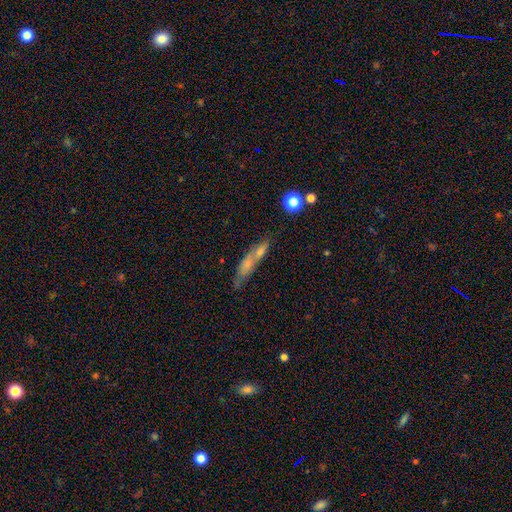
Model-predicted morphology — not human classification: A smooth galaxy with no disk features (48%).

Vote fractions:
- Smooth or featured? smooth: 48% / featured or disk: 35% / star or artifact: 17%
- Merging? none: 52% / merger: 24% / minor disturbance: 15% / major disturbance: 9%